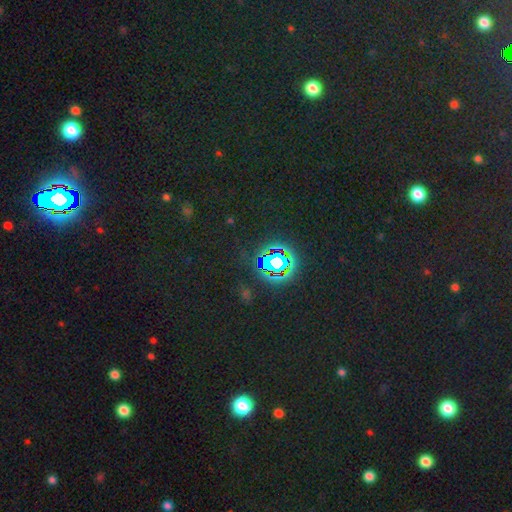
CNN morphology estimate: star or artifact 77%, smooth 16%, featured or disk 8%.